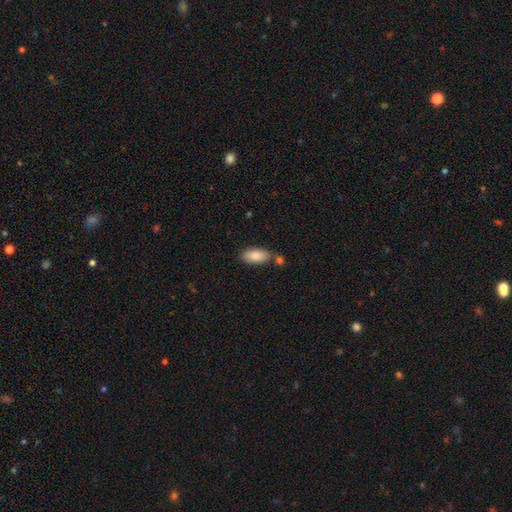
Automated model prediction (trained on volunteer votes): Q: Smooth or featured?
A: smooth (85%); runner-up: featured or disk (8%)
Q: How rounded?
A: in between (89%); runner-up: cigar-shaped (8%)
Q: Merging?
A: none (72%); runner-up: minor disturbance (13%)